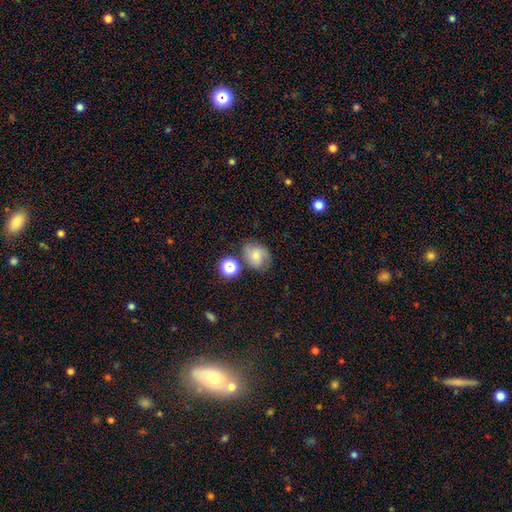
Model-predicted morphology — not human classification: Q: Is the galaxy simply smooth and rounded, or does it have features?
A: smooth — 67%.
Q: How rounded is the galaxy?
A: in between — 52%.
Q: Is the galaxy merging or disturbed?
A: none — 63%.